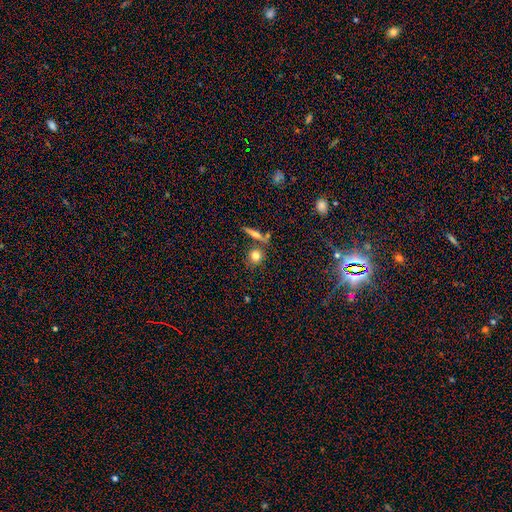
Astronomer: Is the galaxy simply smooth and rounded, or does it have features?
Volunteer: smooth — 78%.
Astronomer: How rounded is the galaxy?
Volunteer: round — 90%.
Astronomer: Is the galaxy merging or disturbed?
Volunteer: none — 92%.